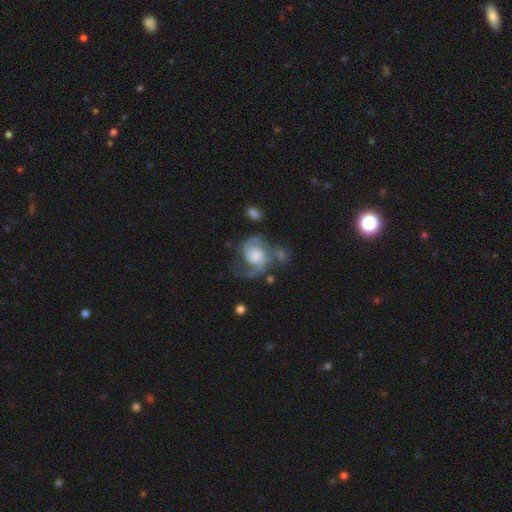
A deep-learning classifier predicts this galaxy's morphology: This appears to be a featured or disk galaxy (81%) with no bar (66%), 2 (83%) medium (51%) spiral arms (94%) and a moderate central bulge (33%). Merging: none (46%).